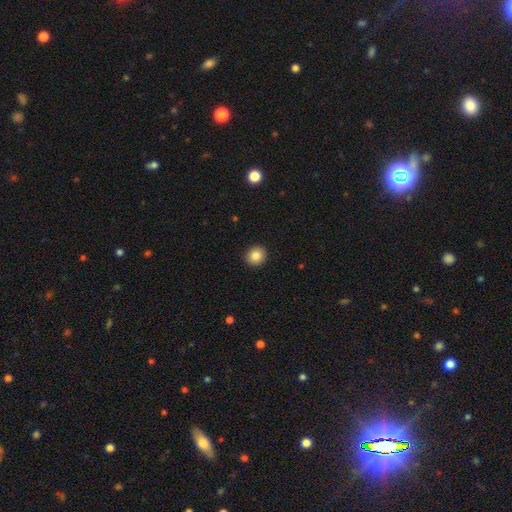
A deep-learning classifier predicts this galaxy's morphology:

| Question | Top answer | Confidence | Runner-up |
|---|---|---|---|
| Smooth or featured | smooth | 85% | star or artifact (9%) |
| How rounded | round | 87% | in between (12%) |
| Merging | none | 92% | minor disturbance (5%) |